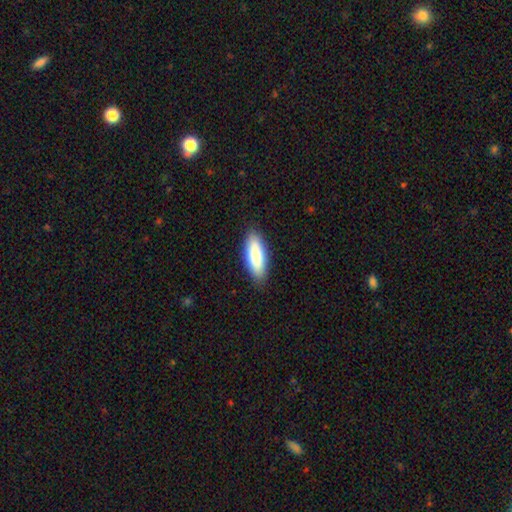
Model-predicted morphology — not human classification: Smooth or featured: smooth — 85% (featured or disk — 9%)
How rounded: in between — 71% (cigar-shaped — 27%)
Merging: none — 87% (minor disturbance — 10%)